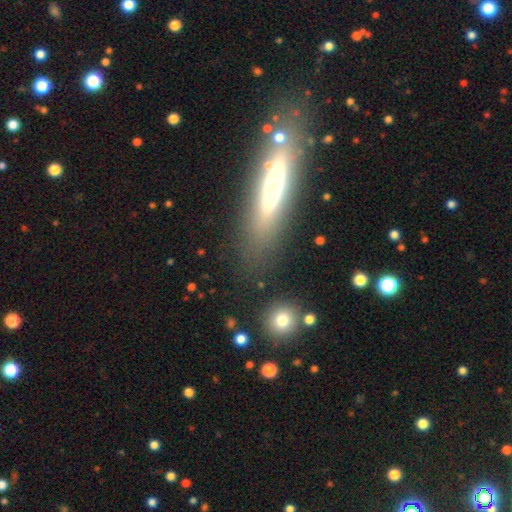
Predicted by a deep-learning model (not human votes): The model was most divided on "smooth or featured": featured or disk: 47%, smooth: 41%, star or artifact: 12%. More confident: merging — none (79%).